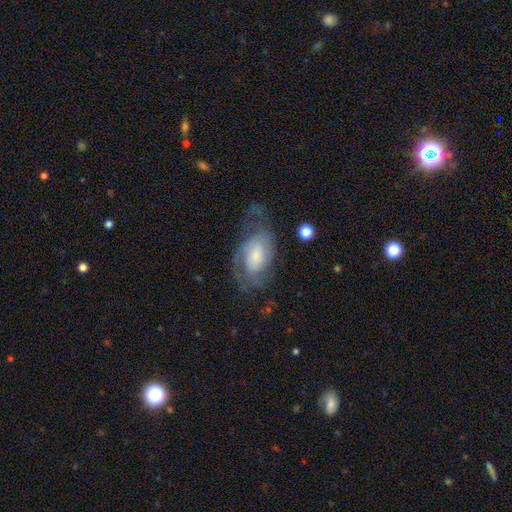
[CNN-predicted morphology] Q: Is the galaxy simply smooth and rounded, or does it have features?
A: featured or disk — 56%.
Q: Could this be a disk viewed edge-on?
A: no — 95%.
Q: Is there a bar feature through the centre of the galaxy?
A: no — 67%.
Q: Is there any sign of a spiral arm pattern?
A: yes — 73%.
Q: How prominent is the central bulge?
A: small — 38%.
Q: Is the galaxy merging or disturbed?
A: none — 42%.